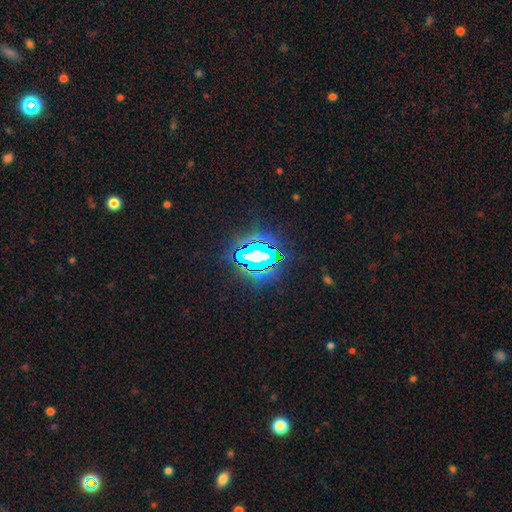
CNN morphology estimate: star or artifact 76%, smooth 13%, featured or disk 11%.